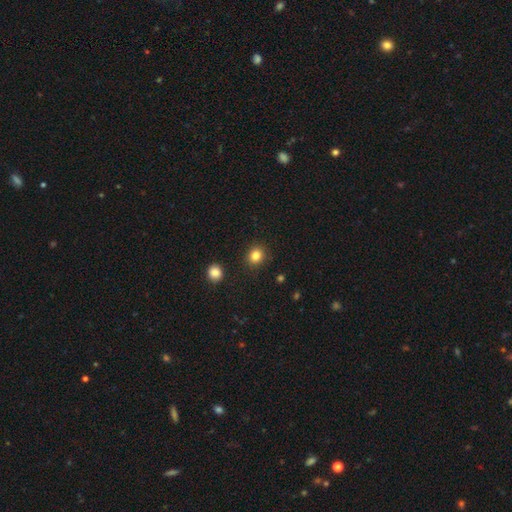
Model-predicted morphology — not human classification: A smooth galaxy with no disk features (84%) that is round (80%). Merging: none (90%).